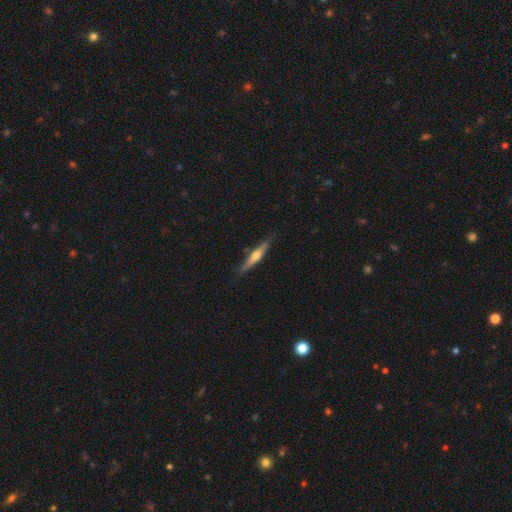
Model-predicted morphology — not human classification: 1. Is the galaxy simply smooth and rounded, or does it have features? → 60% featured or disk, 35% smooth, 5% star or artifact.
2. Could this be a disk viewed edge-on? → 96% yes, 4% no.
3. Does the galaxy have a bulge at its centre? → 88% rounded, 7% none, 5% boxy.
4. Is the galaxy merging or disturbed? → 84% none, 12% minor disturbance, 2% major disturbance, 2% merger.